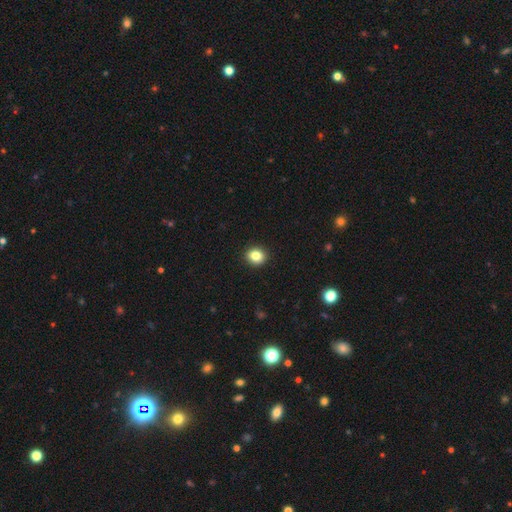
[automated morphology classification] Q: Smooth or featured?
A: smooth (84%); runner-up: star or artifact (10%)
Q: How rounded?
A: round (77%); runner-up: in between (22%)
Q: Merging?
A: none (92%); runner-up: minor disturbance (5%)